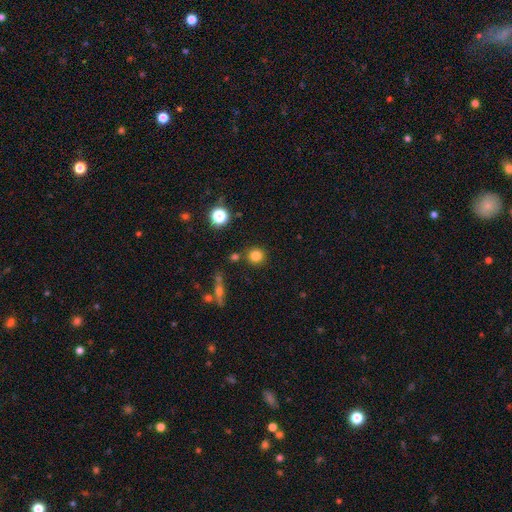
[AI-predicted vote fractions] A smooth galaxy with no disk features (80%) that is round (92%). Merging: none (83%).